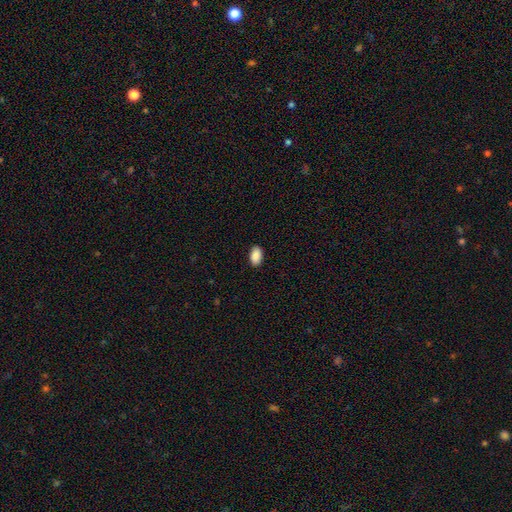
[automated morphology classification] smooth_or_featured: smooth (p=0.90) [alt: star or artifact p=0.07]
how_rounded: in between (p=0.94) [alt: round p=0.05]
merging: none (p=0.89) [alt: minor disturbance p=0.08]